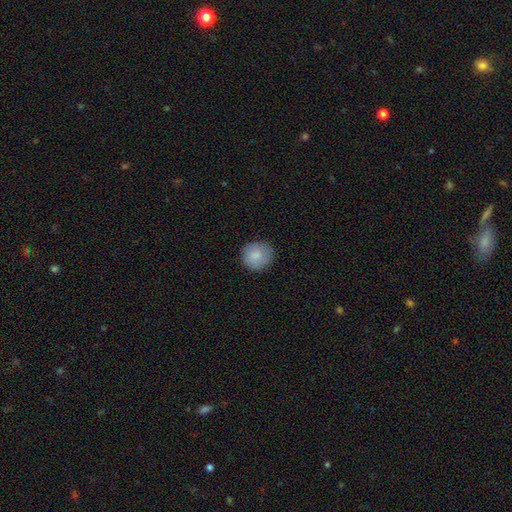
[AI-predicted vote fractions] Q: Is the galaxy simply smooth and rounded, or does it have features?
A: smooth — 85%.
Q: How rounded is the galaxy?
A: round — 89%.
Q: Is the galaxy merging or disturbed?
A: none — 85%.